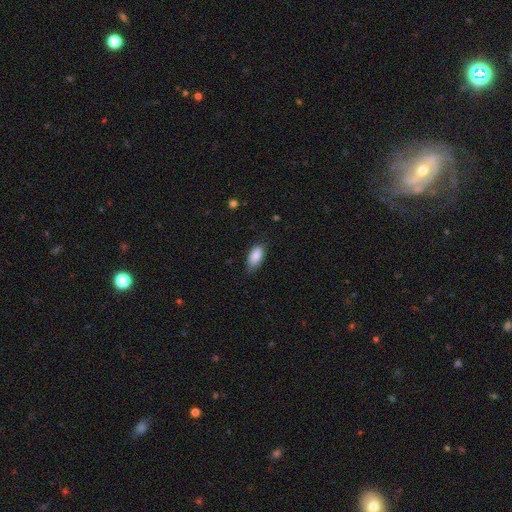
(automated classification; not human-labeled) The model was most divided on "merging": none: 72%, minor disturbance: 23%, major disturbance: 4%, merger: 1%. More confident: how rounded — in between (90%); smooth or featured — smooth (87%).